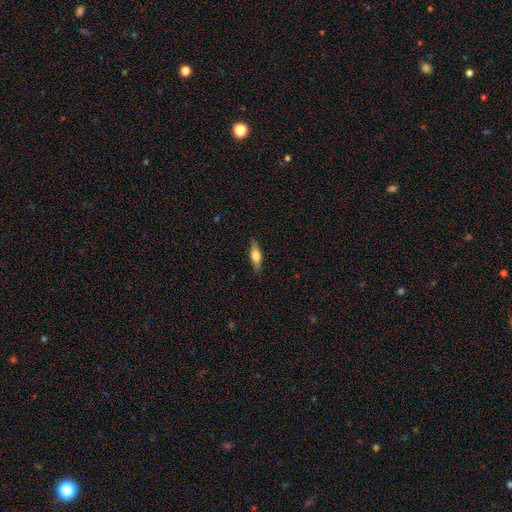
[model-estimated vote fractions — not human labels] A smooth galaxy with no disk features (55%) that is cigar-shaped (54%).

Vote fractions:
- Smooth or featured? smooth: 55% / featured or disk: 39% / star or artifact: 6%
- How rounded? cigar-shaped: 54% / in between: 43% / round: 3%
- Merging? none: 85% / minor disturbance: 11% / major disturbance: 2% / merger: 1%